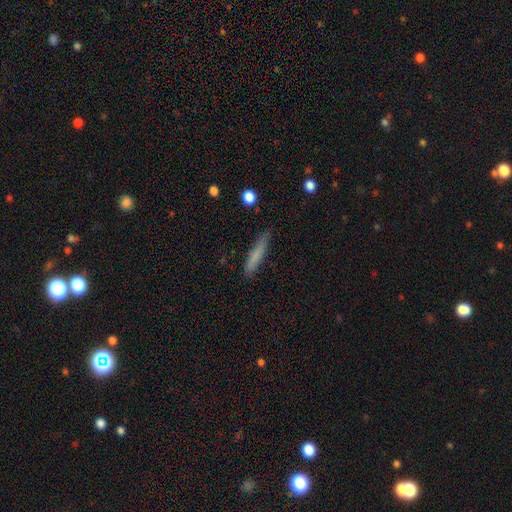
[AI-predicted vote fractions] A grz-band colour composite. It shows a smooth galaxy with no disk features (73%) that is cigar-shaped (91%). Merging: none (81%).